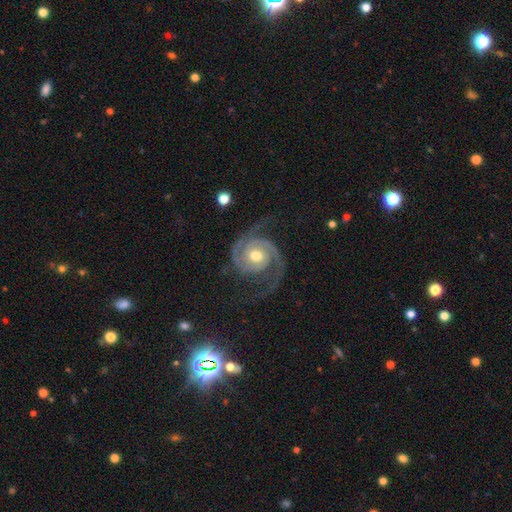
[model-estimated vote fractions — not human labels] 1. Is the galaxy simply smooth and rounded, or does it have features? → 92% featured or disk, 4% smooth, 4% star or artifact.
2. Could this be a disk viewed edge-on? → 98% no, 2% yes.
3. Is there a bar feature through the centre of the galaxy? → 72% no, 21% weak, 7% strong.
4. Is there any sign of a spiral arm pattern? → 98% yes, 2% no.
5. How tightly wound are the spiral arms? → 46% medium, 39% tight, 15% loose.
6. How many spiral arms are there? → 84% 2, 7% 3, 3% can't tell, 3% 1, 2% 4, 2% more than 4.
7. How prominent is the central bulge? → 74% moderate, 17% small, 6% large, 1% none, 1% dominant.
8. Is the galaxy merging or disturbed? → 69% none, 16% minor disturbance, 13% major disturbance, 2% merger.